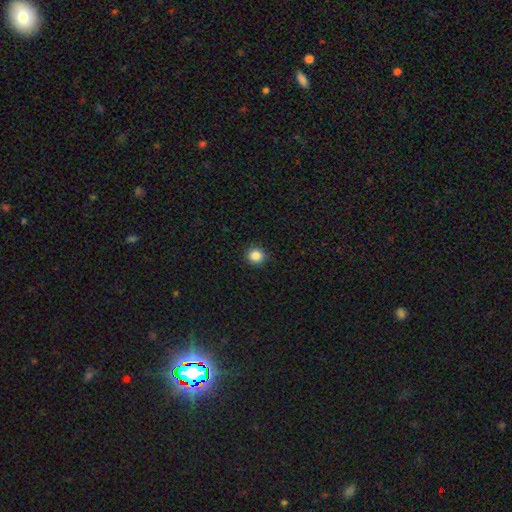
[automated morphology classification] Q: Smooth or featured?
A: smooth (85%); runner-up: star or artifact (11%)
Q: How rounded?
A: round (92%); runner-up: in between (7%)
Q: Merging?
A: none (92%); runner-up: minor disturbance (5%)